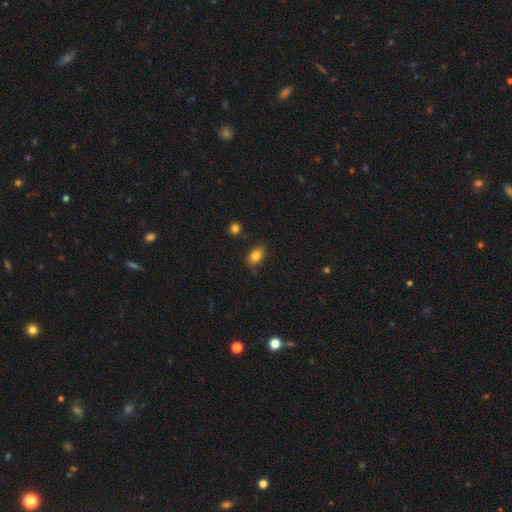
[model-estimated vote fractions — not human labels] A smooth galaxy with no disk features (82%) that is in between round and cigar-shaped (81%).

Vote fractions:
- Smooth or featured? smooth: 82% / star or artifact: 10% / featured or disk: 9%
- How rounded? in between: 81% / round: 17% / cigar-shaped: 2%
- Merging? none: 77% / minor disturbance: 17% / major disturbance: 3% / merger: 3%